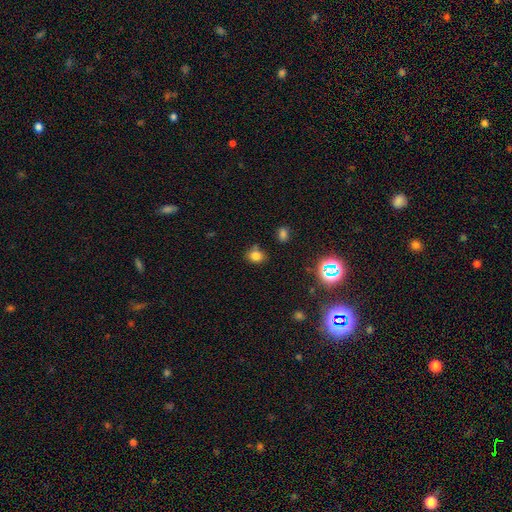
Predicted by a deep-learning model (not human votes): Smooth or featured?
  - smooth: 76% *
  - star or artifact: 17%
  - featured or disk: 7%
How rounded?
  - round: 58% *
  - in between: 40%
  - cigar-shaped: 1%
Merging?
  - none: 70% *
  - minor disturbance: 18%
  - merger: 8%
  - major disturbance: 5%